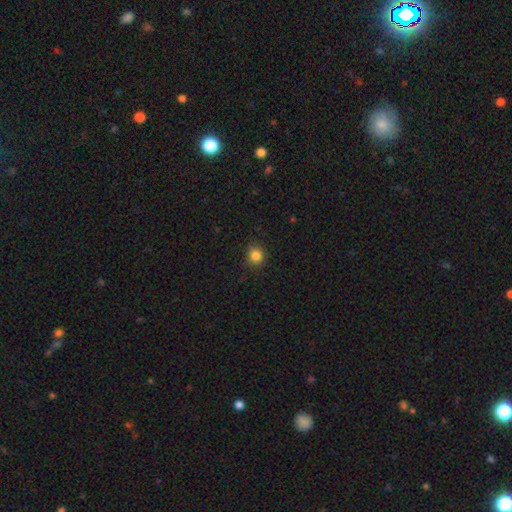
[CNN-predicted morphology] smooth 84%, star or artifact 12%, featured or disk 4%. Down the decision tree: how rounded — round (89%); merging — none (87%).